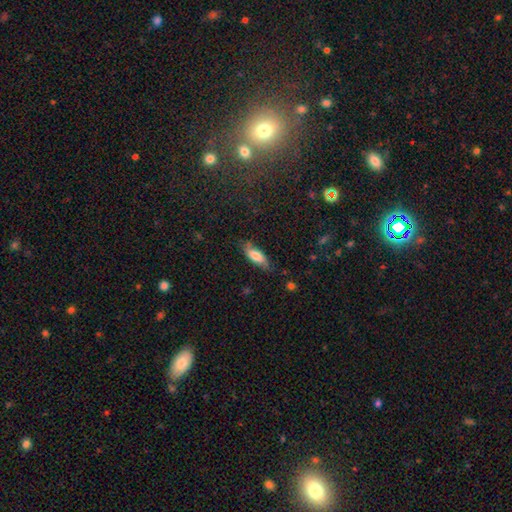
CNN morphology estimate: This is likely a smooth galaxy (71%). How rounded: possibly in between (59%). Merging: likely none (73%).